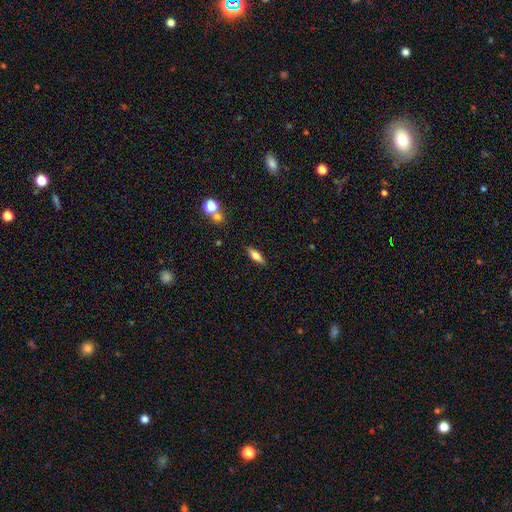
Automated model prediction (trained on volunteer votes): A smooth galaxy with no disk features (65%) that is in between round and cigar-shaped (59%). Merging: none (87%).